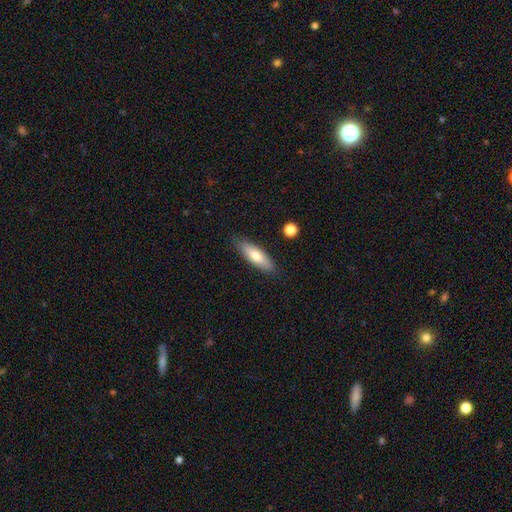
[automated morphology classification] smooth_or_featured: smooth (p=0.71) [alt: featured or disk p=0.23]
how_rounded: in between (p=0.51) [alt: cigar-shaped p=0.47]
merging: none (p=0.85) [alt: minor disturbance p=0.12]